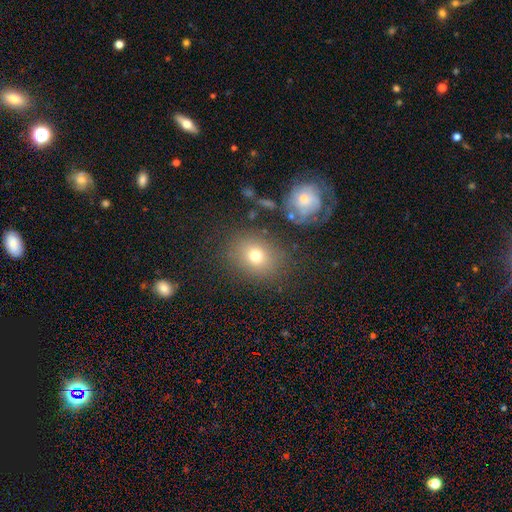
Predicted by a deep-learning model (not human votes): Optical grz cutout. It shows a smooth galaxy with no disk features (72%) that is round (55%). Merging: none (77%).